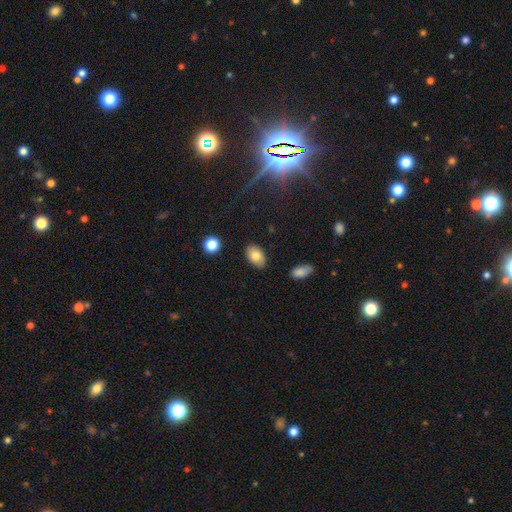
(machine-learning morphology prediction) Smooth or featured? Predicted: smooth (p=0.80). How rounded? Predicted: in between (p=0.92). Merging? Predicted: none (p=0.86).